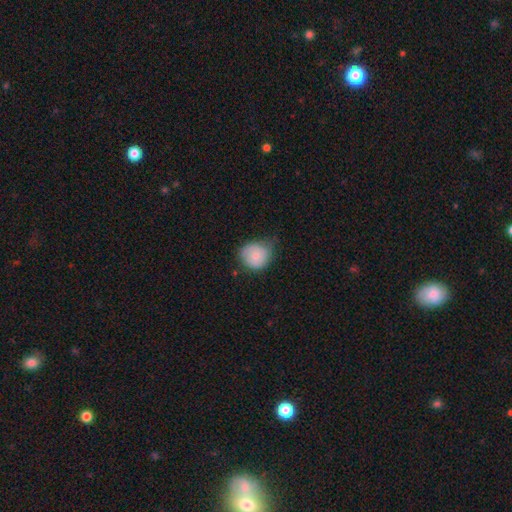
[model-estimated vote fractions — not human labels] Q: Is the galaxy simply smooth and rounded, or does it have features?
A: smooth — 75%.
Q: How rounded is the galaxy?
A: round — 79%.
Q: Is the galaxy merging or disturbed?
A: none — 46%.